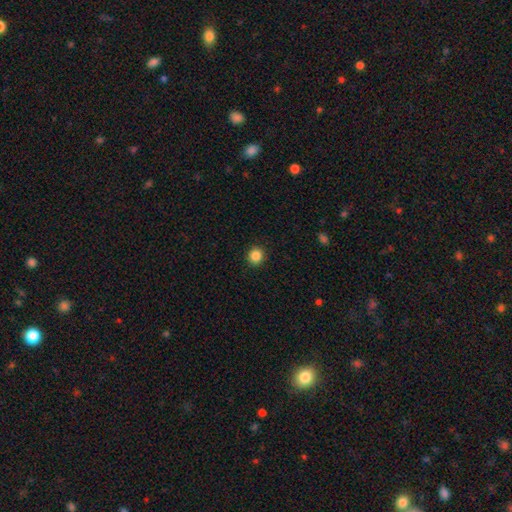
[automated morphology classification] Smooth or featured?
  - smooth: 86% *
  - star or artifact: 10%
  - featured or disk: 4%
How rounded?
  - round: 89% *
  - in between: 10%
  - cigar-shaped: 1%
Merging?
  - none: 92% *
  - minor disturbance: 5%
  - major disturbance: 2%
  - merger: 1%